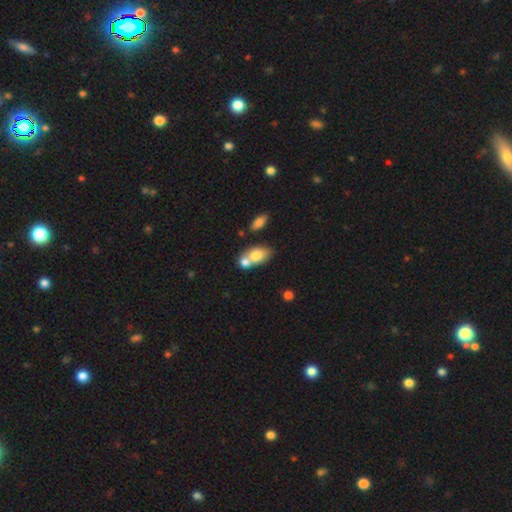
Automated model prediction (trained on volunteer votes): Smooth or featured? Predicted: smooth (p=0.74). How rounded? Predicted: in between (p=0.81). Merging? Predicted: merger (p=0.55).